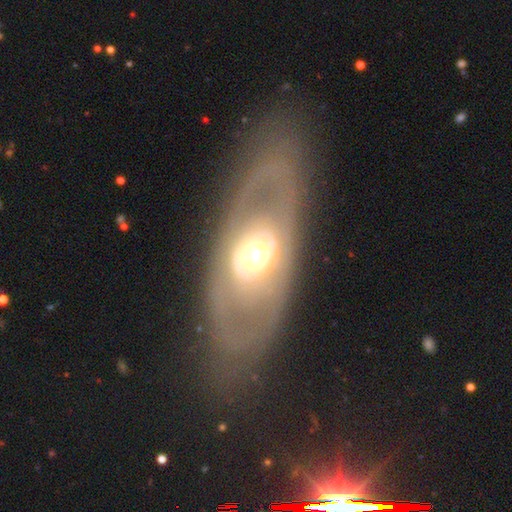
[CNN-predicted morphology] This appears to be a featured or disk galaxy (71%) with no bar (65%), no spiral arms (68%) and a moderate central bulge (62%). Merging: none (77%).